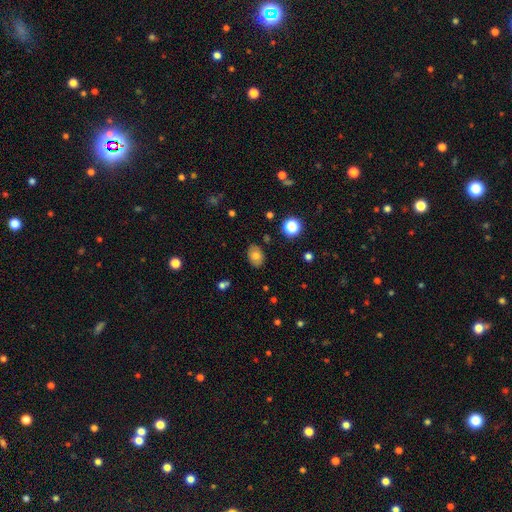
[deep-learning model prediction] smooth_or_featured: smooth (p=0.72) [alt: featured or disk p=0.16]
how_rounded: in between (p=0.74) [alt: round p=0.25]
merging: none (p=0.85) [alt: minor disturbance p=0.11]